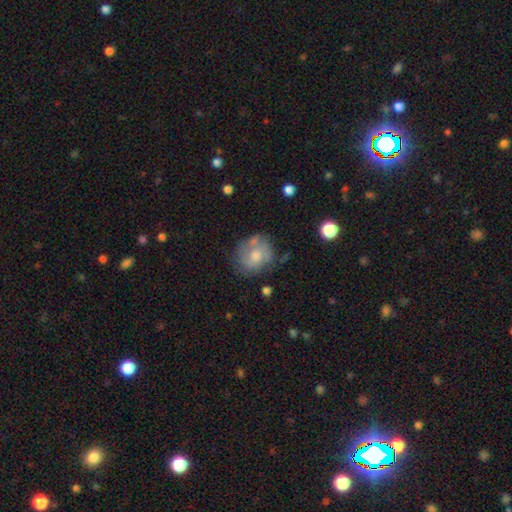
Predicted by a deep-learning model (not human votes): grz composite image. It shows a smooth galaxy with no disk features (50%). Merging: none (61%).